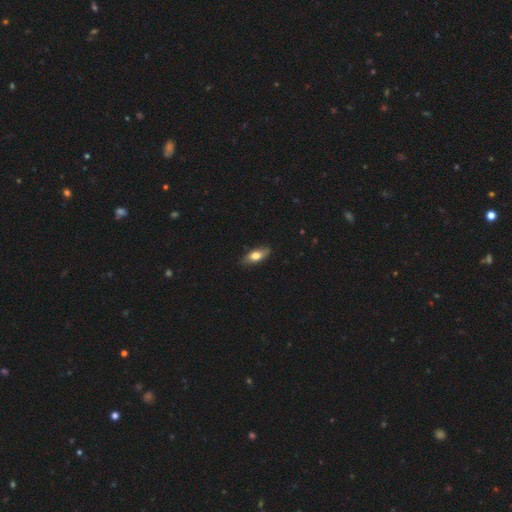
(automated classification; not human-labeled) smooth 70%, featured or disk 23%, star or artifact 6%. Down the decision tree: how rounded — in between (78%); merging — none (81%).